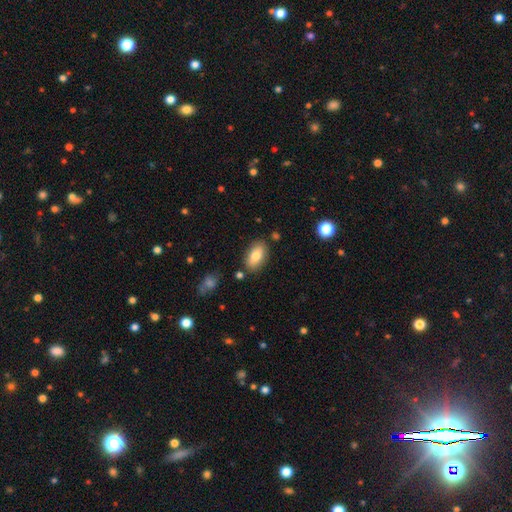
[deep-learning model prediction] A smooth galaxy with no disk features (80%) that is in between round and cigar-shaped (92%). Merging: none (82%).